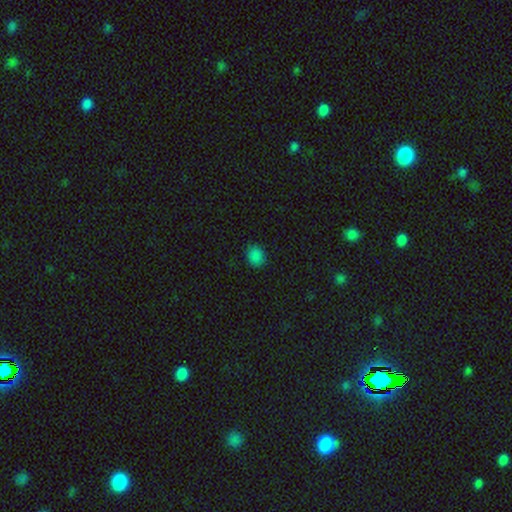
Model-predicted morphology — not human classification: Smooth or featured? smooth (84%)
How rounded? round (66%)
Merging? none (88%)